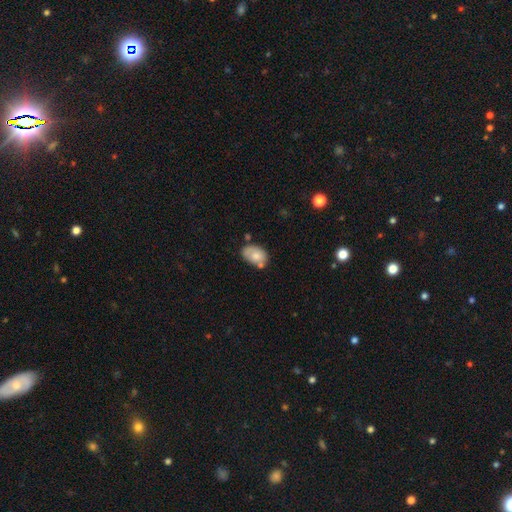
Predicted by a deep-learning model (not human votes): smooth-or-featured: smooth: 74% | featured or disk: 19% | star or artifact: 7%
  how-rounded: in between: 85% | round: 14% | cigar-shaped: 1%
  merging: none: 53% | minor disturbance: 25% | merger: 15% | major disturbance: 6%